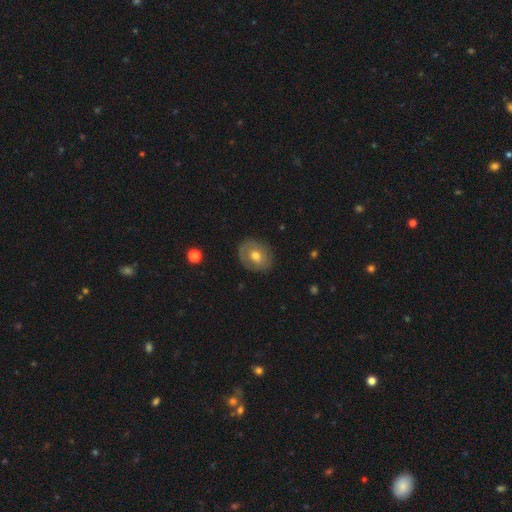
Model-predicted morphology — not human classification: This is possibly a smooth galaxy (54%). How rounded: possibly round (54%). Merging: clearly none (80%).